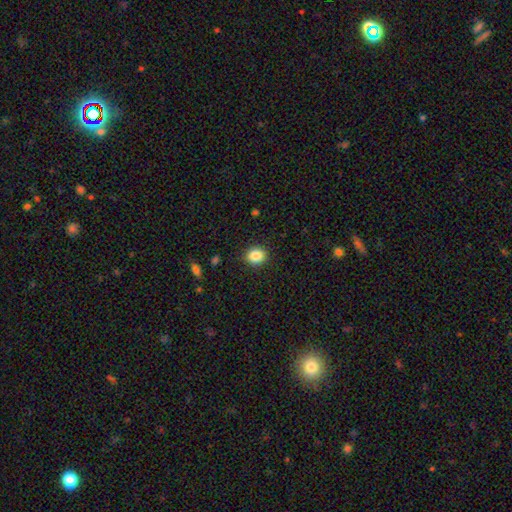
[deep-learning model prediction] smooth 86%, star or artifact 10%, featured or disk 5%. Down the decision tree: how rounded — round (68%); merging — none (90%).